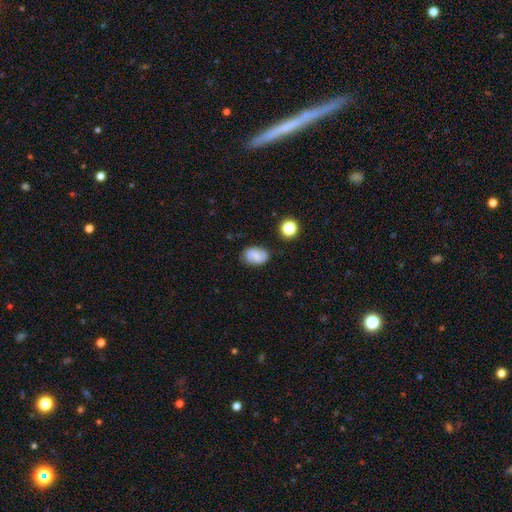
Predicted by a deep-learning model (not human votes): Overall: smooth (54%; featured or disk 36%). How rounded: in between (78%). Merging: none (76%).